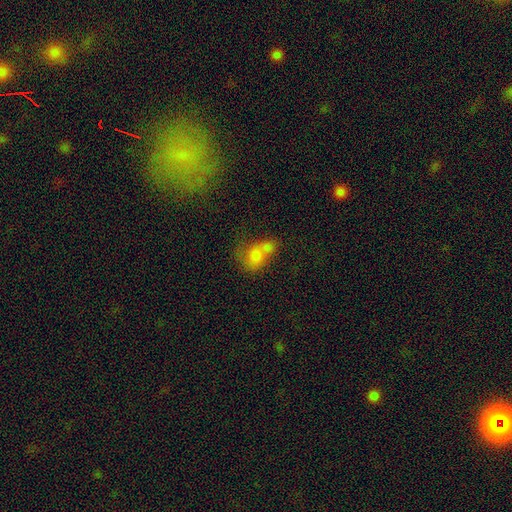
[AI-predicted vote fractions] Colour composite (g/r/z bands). It shows a smooth galaxy with no disk features (70%) that is in between round and cigar-shaped (63%). Merging: merger (64%).